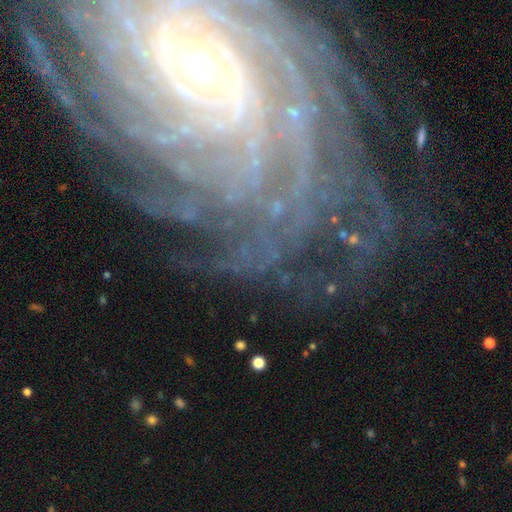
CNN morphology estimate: Smooth or featured?
  - featured or disk: 86% *
  - star or artifact: 9%
  - smooth: 5%
Edge-on disk?
  - no: 95% *
  - yes: 5%
Bar?
  - no: 36% *
  - weak: 34%
  - strong: 30%
Spiral arms?
  - yes: 96% *
  - no: 4%
Spiral winding?
  - tight: 79% *
  - medium: 17%
  - loose: 5%
Spiral arm count?
  - more than 4: 38% *
  - can't tell: 24%
  - 4: 13%
  - 2: 9%
  - 3: 9%
  - 1: 8%
Bulge size?
  - small: 49% *
  - moderate: 42%
  - large: 6%
  - none: 2%
  - dominant: 2%
Merging?
  - none: 74% *
  - minor disturbance: 14%
  - major disturbance: 10%
  - merger: 2%